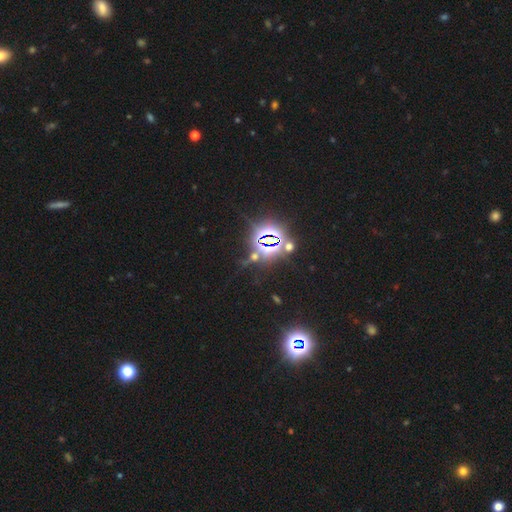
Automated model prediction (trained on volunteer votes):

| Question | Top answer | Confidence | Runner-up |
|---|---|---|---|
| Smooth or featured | star or artifact | 81% | smooth (11%) |